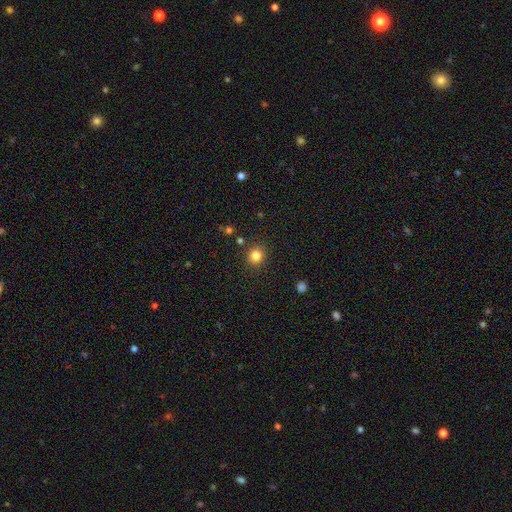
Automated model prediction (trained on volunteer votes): Overall: smooth (82%). How rounded: round (88%). Merging: none (88%).